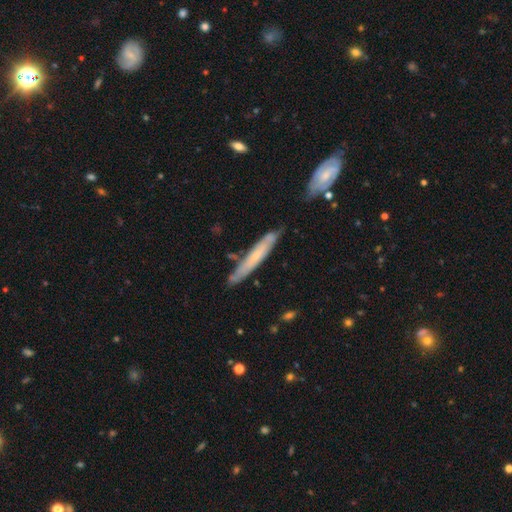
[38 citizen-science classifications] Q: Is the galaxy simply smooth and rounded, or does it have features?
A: featured or disk — 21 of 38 (55%).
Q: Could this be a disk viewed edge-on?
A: yes — 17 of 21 (81%).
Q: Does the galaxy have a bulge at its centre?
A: none — 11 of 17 (65%).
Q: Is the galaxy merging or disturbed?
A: none — 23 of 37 (62%).